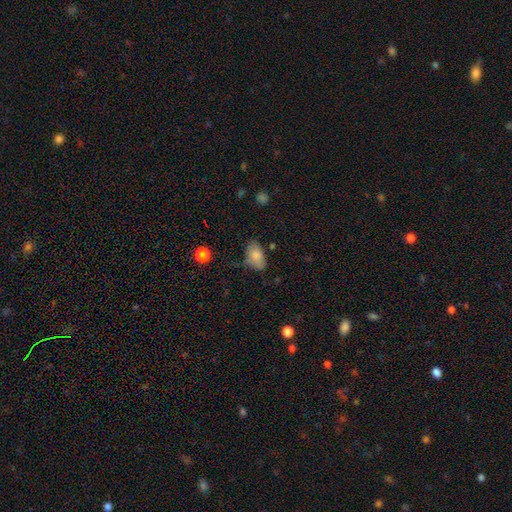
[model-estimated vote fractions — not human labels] This is clearly a smooth galaxy (82%). How rounded: clearly in between (91%). Merging: likely none (64%).